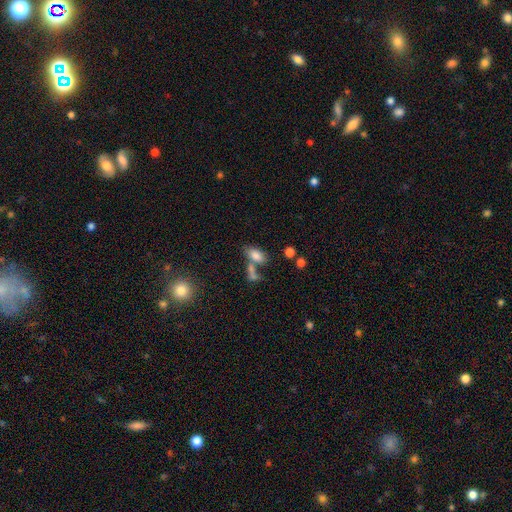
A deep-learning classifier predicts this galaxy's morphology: Smooth or featured? smooth (80%)
How rounded? in between (87%)
Merging? none (44%)